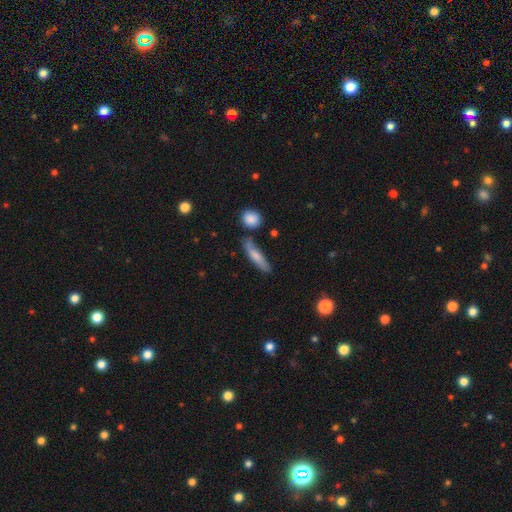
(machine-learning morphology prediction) Q: Smooth or featured?
A: smooth (71%); runner-up: featured or disk (23%)
Q: How rounded?
A: cigar-shaped (79%); runner-up: in between (19%)
Q: Merging?
A: none (72%); runner-up: minor disturbance (17%)